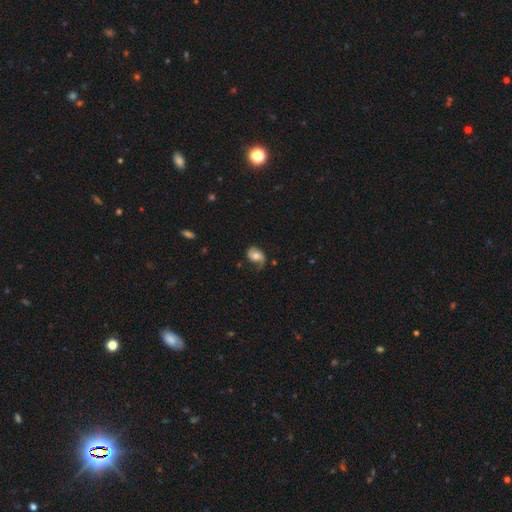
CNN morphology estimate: This appears to be a featured or disk galaxy (57%) with no bar (66%), spiral arms (88%) and a moderate central bulge (64%). Merging: none (52%).